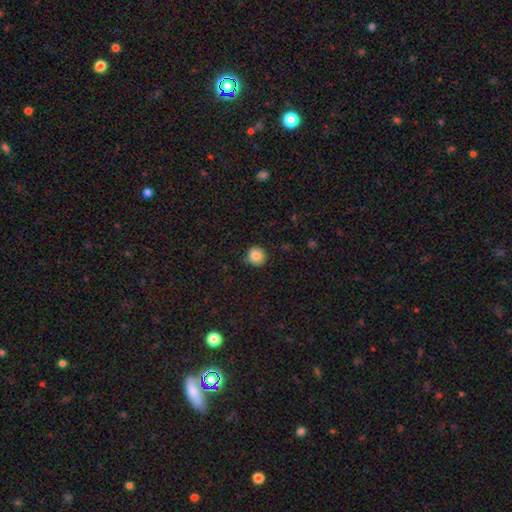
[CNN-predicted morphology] Smooth or featured? Predicted: smooth (p=0.86). How rounded? Predicted: round (p=0.90). Merging? Predicted: none (p=0.83).